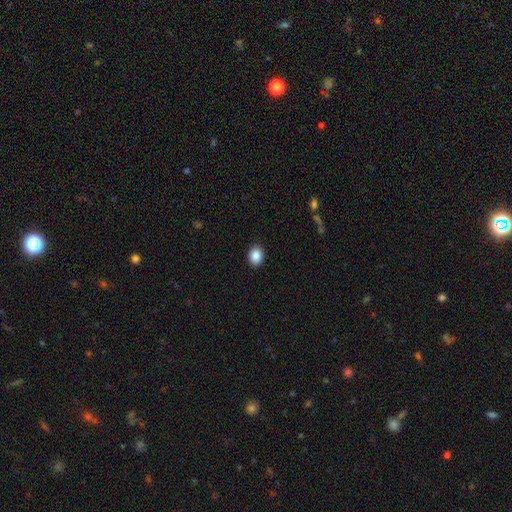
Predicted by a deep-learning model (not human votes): smooth_or_featured: smooth (p=0.87) [alt: star or artifact p=0.09]
how_rounded: round (p=0.54) [alt: in between p=0.45]
merging: none (p=0.91) [alt: minor disturbance p=0.06]